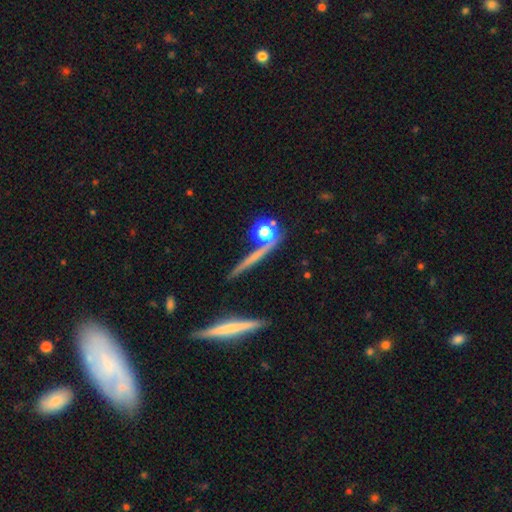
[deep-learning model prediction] This is marginally a smooth galaxy (42%). Merging: likely none (74%).